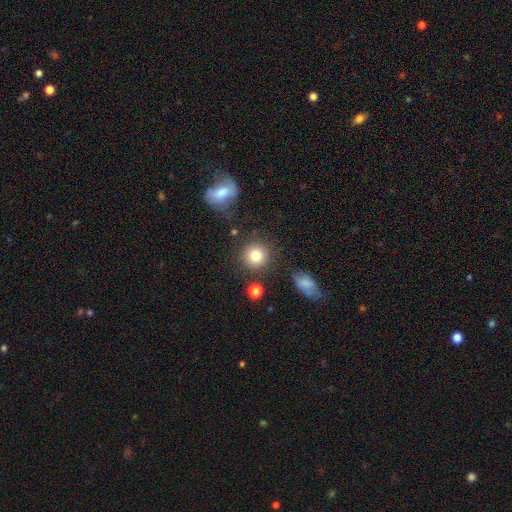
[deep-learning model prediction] smooth-or-featured: smooth: 81% | star or artifact: 11% | featured or disk: 8%
  how-rounded: round: 91% | in between: 8% | cigar-shaped: 1%
  merging: none: 83% | minor disturbance: 9% | merger: 5% | major disturbance: 4%